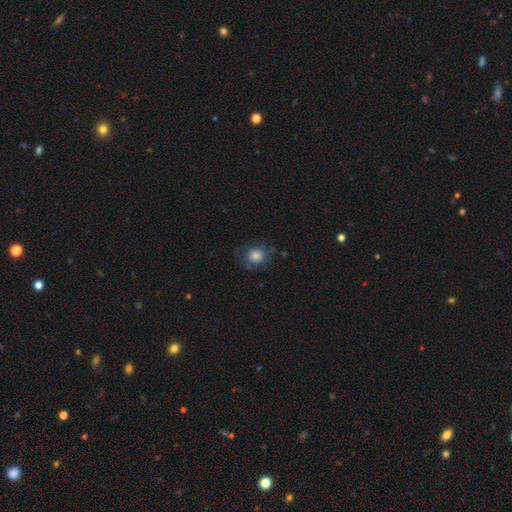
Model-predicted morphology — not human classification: Overall: smooth (80%). How rounded: round (79%). Merging: none (73%).